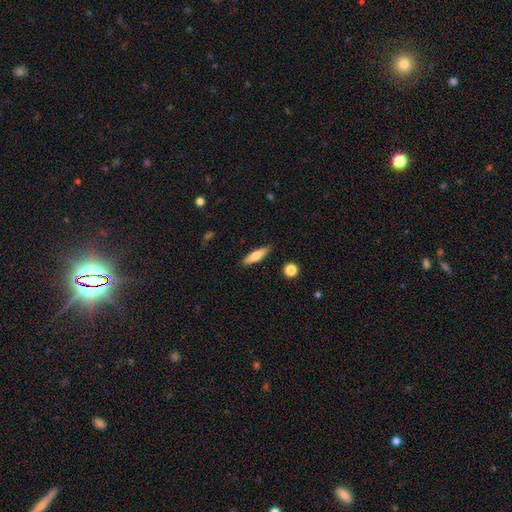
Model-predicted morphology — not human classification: Overall: smooth (68%). How rounded: cigar-shaped (72%). Merging: none (88%).